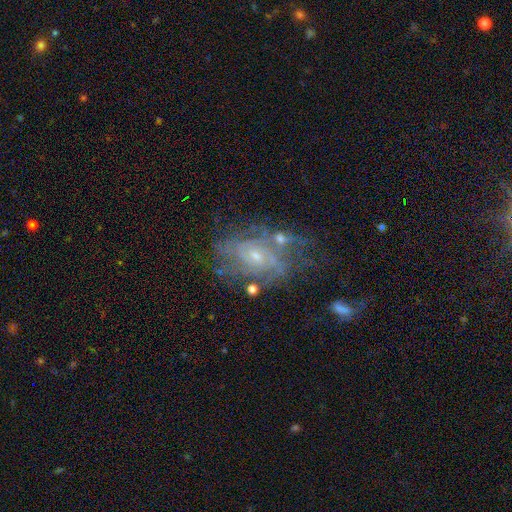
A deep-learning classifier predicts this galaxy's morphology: The model was most divided on "spiral winding": tight: 52%, medium: 34%, loose: 14%. More confident: edge-on disk — no (96%); spiral arms — yes (77%); smooth or featured — featured or disk (76%); bulge size — small (69%); bar — no (67%); spiral arm count — can't tell (54%); merging — none (52%).